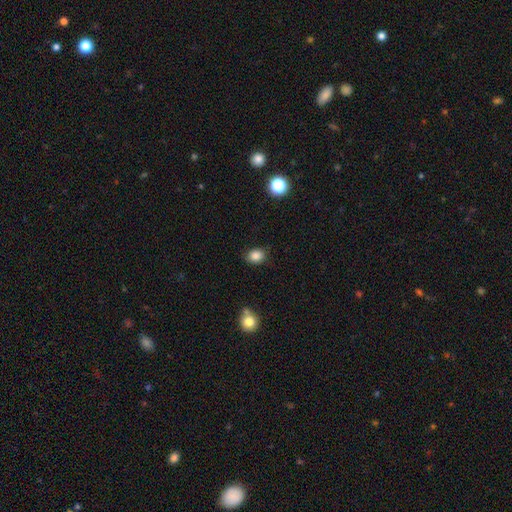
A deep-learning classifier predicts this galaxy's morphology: A smooth galaxy with no disk features (85%) that is in between round and cigar-shaped (52%).

Vote fractions:
- Smooth or featured? smooth: 85% / star or artifact: 11% / featured or disk: 5%
- How rounded? in between: 52% / round: 47% / cigar-shaped: 1%
- Merging? none: 83% / minor disturbance: 12% / major disturbance: 3% / merger: 2%